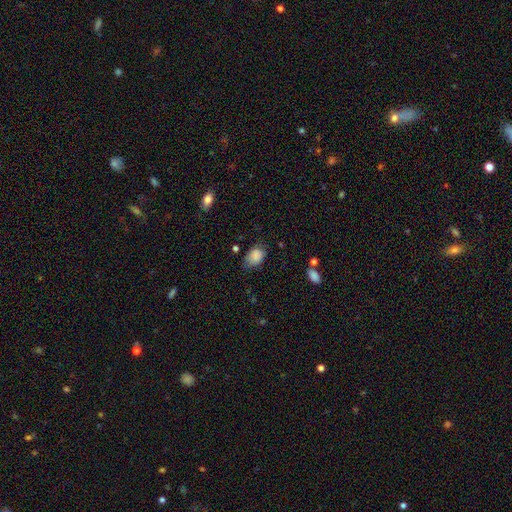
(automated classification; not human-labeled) Smooth or featured? smooth (85%)
How rounded? in between (80%)
Merging? none (59%)